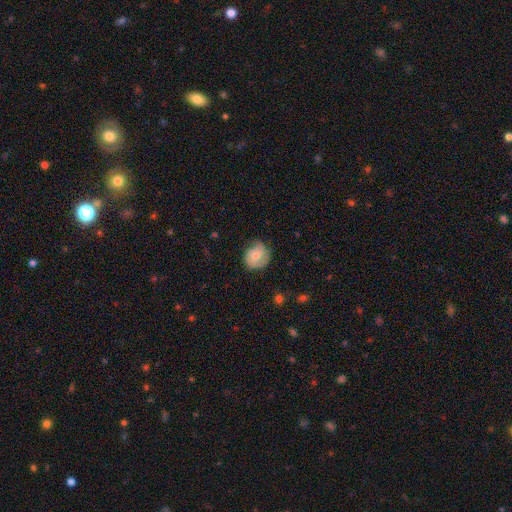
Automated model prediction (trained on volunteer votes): Smooth or featured? smooth (54%)
How rounded? round (72%)
Merging? none (59%)